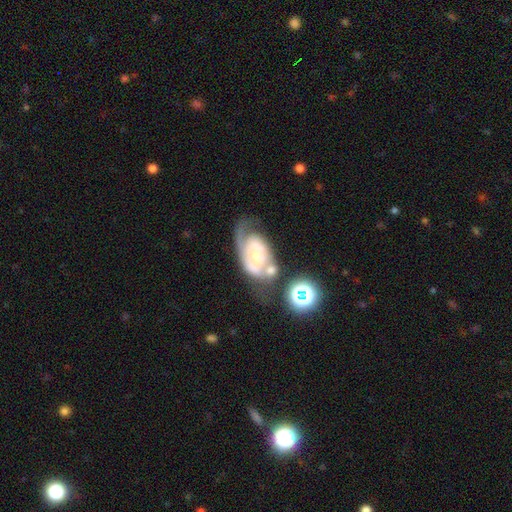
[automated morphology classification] Smooth or featured?
  - featured or disk: 74% *
  - smooth: 17%
  - star or artifact: 9%
Edge-on disk?
  - no: 96% *
  - yes: 4%
Bar?
  - no: 66% *
  - weak: 27%
  - strong: 7%
Spiral arms?
  - yes: 83% *
  - no: 17%
Spiral winding?
  - tight: 44% *
  - medium: 37%
  - loose: 18%
Spiral arm count?
  - 2: 42% *
  - 1: 29%
  - can't tell: 23%
  - 3: 4%
  - 4: 2%
  - more than 4: 1%
Bulge size?
  - small: 53% *
  - moderate: 29%
  - none: 10%
  - large: 6%
  - dominant: 2%
Merging?
  - none: 31% *
  - major disturbance: 26%
  - merger: 22%
  - minor disturbance: 21%